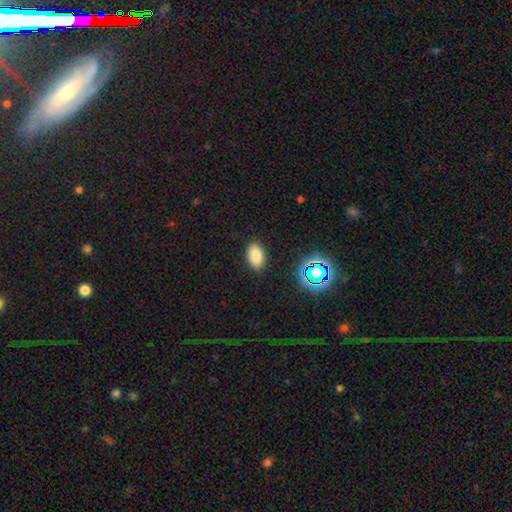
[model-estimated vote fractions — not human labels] smooth_or_featured: smooth (p=0.79) [alt: star or artifact p=0.14]
how_rounded: in between (p=0.92) [alt: round p=0.06]
merging: none (p=0.87) [alt: minor disturbance p=0.09]